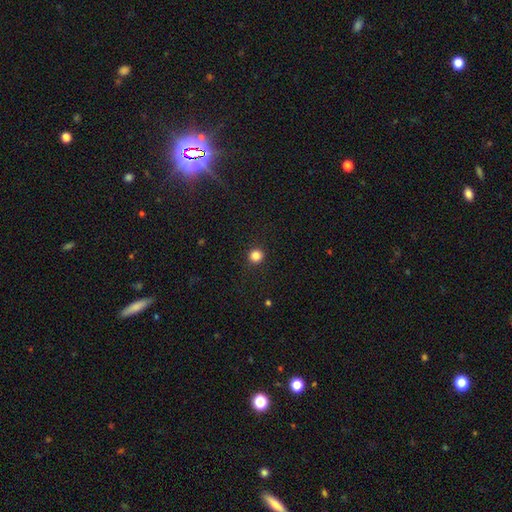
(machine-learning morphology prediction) smooth 85%, star or artifact 12%, featured or disk 4%. Down the decision tree: how rounded — round (94%); merging — none (92%).